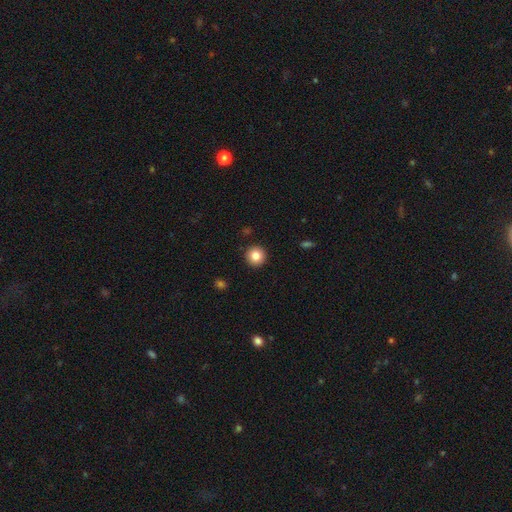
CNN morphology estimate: Smooth or featured? Predicted: smooth (p=0.85). How rounded? Predicted: round (p=0.95). Merging? Predicted: none (p=0.92).